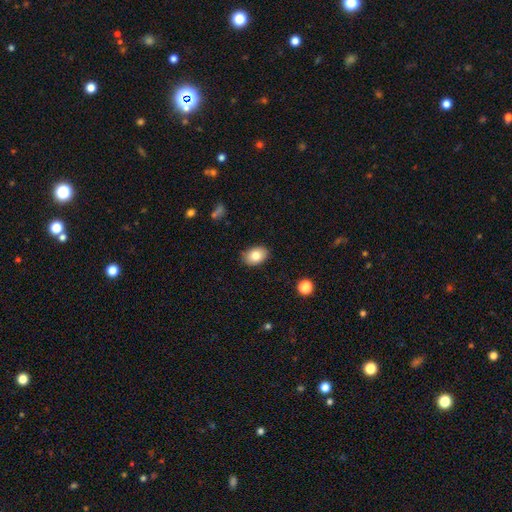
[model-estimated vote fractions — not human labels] A smooth galaxy with no disk features (81%) that is in between round and cigar-shaped (81%).

Vote fractions:
- Smooth or featured? smooth: 81% / featured or disk: 11% / star or artifact: 8%
- How rounded? in between: 81% / round: 18% / cigar-shaped: 1%
- Merging? none: 84% / minor disturbance: 12% / major disturbance: 2% / merger: 1%